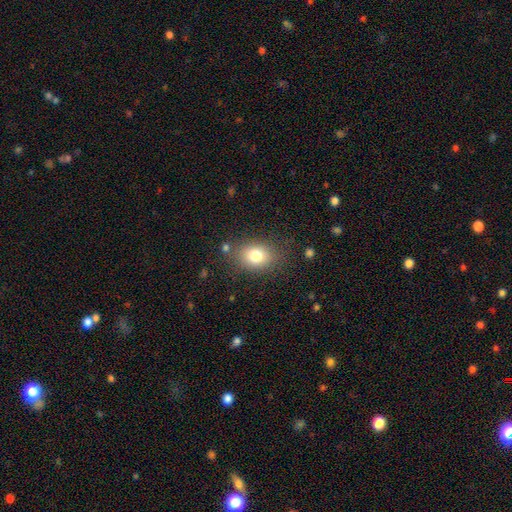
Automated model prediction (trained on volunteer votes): This appears to be a smooth galaxy with no disk features (79%) that is in between round and cigar-shaped (64%). Merging: none (78%).